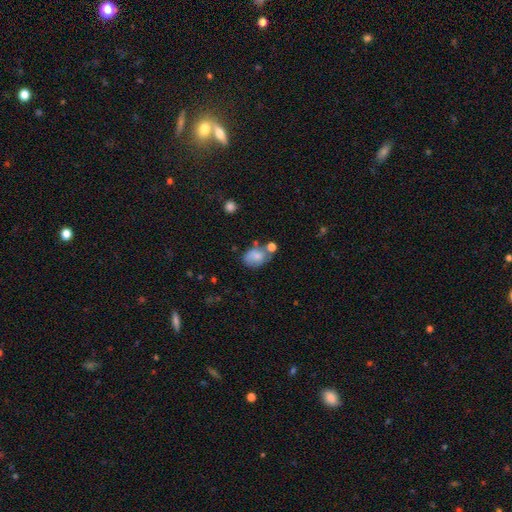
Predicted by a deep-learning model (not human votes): A smooth galaxy with no disk features (75%) that is in between round and cigar-shaped (71%).

Vote fractions:
- Smooth or featured? smooth: 75% / featured or disk: 16% / star or artifact: 10%
- How rounded? in between: 71% / round: 28% / cigar-shaped: 1%
- Merging? none: 39% / merger: 25% / minor disturbance: 24% / major disturbance: 11%